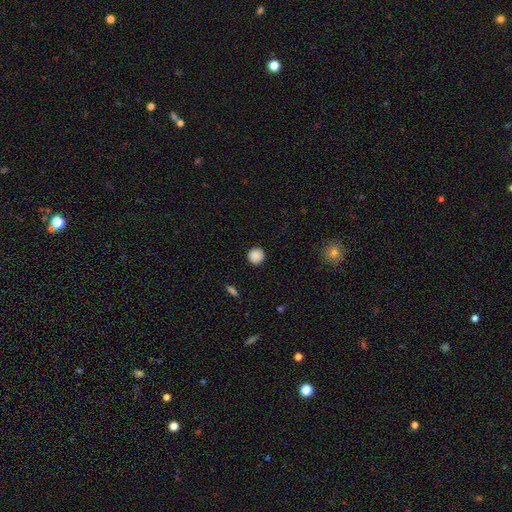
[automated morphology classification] Smooth or featured: smooth — 89% (star or artifact — 9%)
How rounded: round — 93% (in between — 6%)
Merging: none — 91% (minor disturbance — 6%)